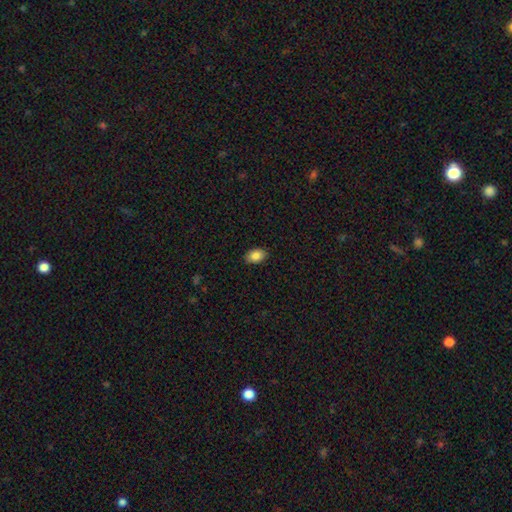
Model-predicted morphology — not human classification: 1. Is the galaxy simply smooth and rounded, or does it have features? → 87% smooth, 8% star or artifact, 5% featured or disk.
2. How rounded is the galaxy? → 87% in between, 12% round, 1% cigar-shaped.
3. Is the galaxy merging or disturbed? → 89% none, 8% minor disturbance, 2% major disturbance, 1% merger.